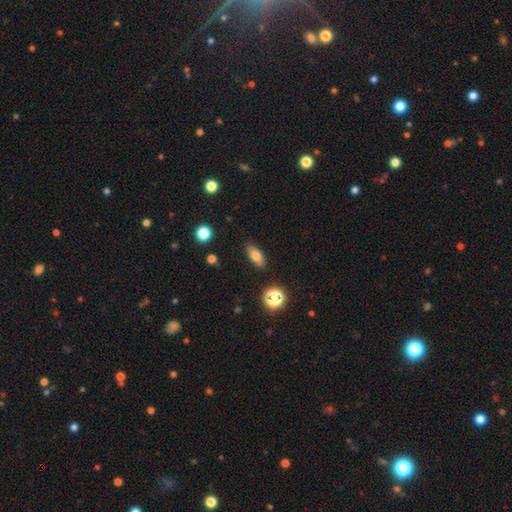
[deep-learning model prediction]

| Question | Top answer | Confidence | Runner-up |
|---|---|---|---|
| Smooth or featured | smooth | 77% | featured or disk (12%) |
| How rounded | in between | 79% | cigar-shaped (15%) |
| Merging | none | 87% | minor disturbance (9%) |